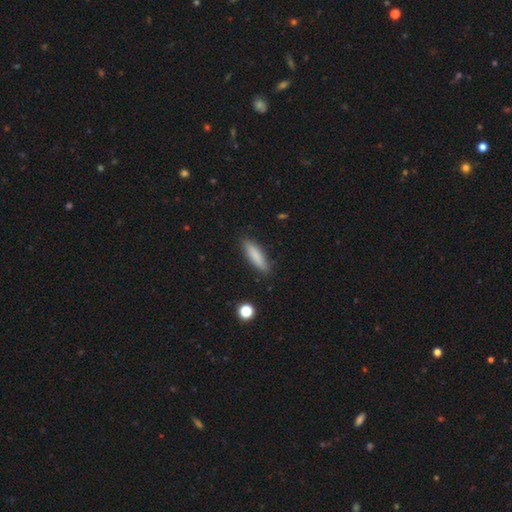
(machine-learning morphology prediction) A smooth galaxy with no disk features (82%) that is cigar-shaped (70%).

Vote fractions:
- Smooth or featured? smooth: 82% / featured or disk: 11% / star or artifact: 7%
- How rounded? cigar-shaped: 70% / in between: 29% / round: 2%
- Merging? none: 86% / minor disturbance: 10% / major disturbance: 2% / merger: 1%